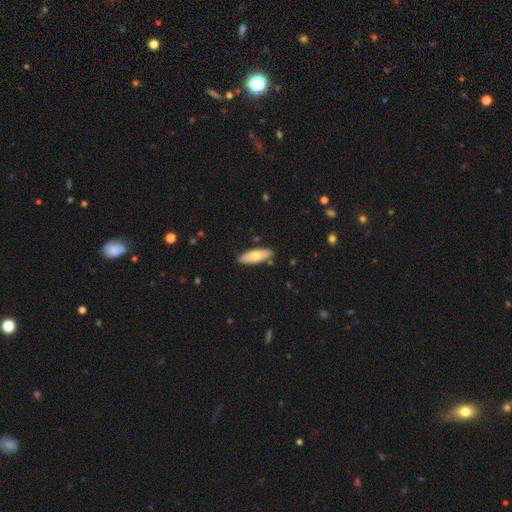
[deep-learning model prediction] smooth 68%, featured or disk 26%, star or artifact 6%. Down the decision tree: how rounded — in between (70%); merging — none (87%).